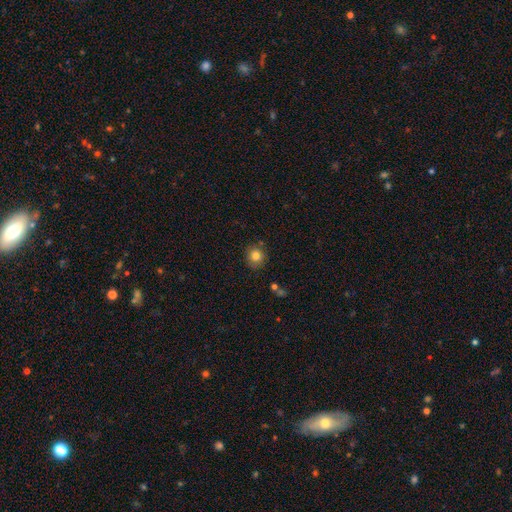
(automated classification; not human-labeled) Q: Smooth or featured?
A: smooth (82%); runner-up: star or artifact (11%)
Q: How rounded?
A: round (86%); runner-up: in between (13%)
Q: Merging?
A: none (84%); runner-up: minor disturbance (11%)